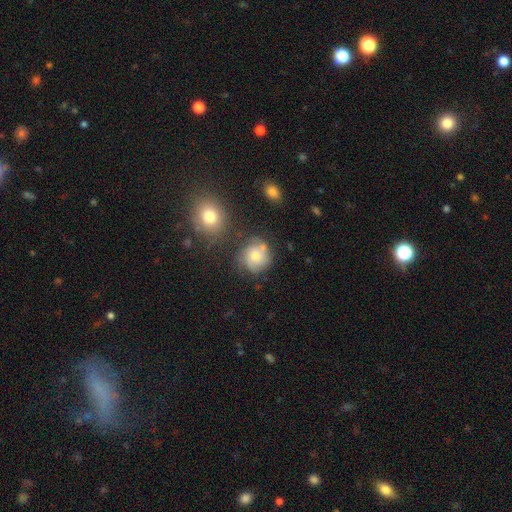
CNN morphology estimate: smooth 60%, featured or disk 29%, star or artifact 10%. Down the decision tree: how rounded — round (85%); merging — none (60%).